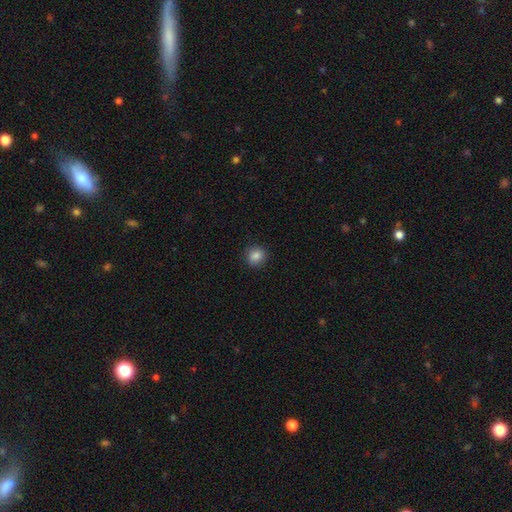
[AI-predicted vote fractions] Morphology: type=smooth (86%); roundness=round (80%); merging=none (87%).